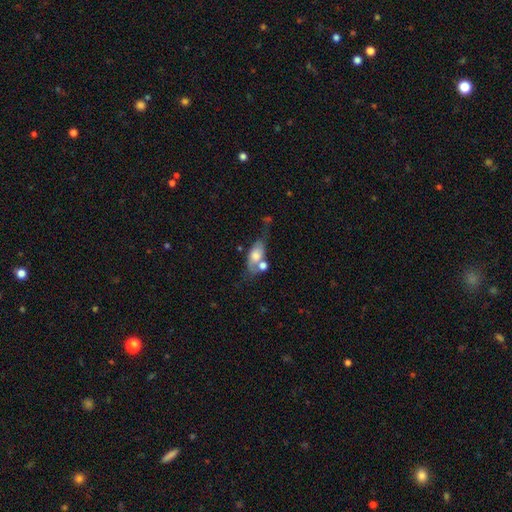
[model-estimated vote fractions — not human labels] Smooth or featured? smooth (56%)
How rounded? in between (80%)
Merging? none (38%)